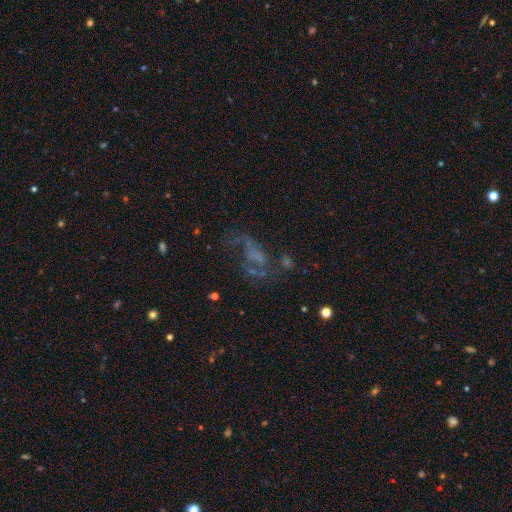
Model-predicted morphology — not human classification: smooth_or_featured: featured or disk (p=0.53) [alt: star or artifact p=0.25]
disk_edge_on: no (p=0.95) [alt: yes p=0.05]
bar: no (p=0.65) [alt: weak p=0.24]
has_spiral_arms: no (p=0.51) [alt: yes p=0.49]
bulge_size: none (p=0.71) [alt: small p=0.16]
merging: major disturbance (p=0.39) [alt: none p=0.36]